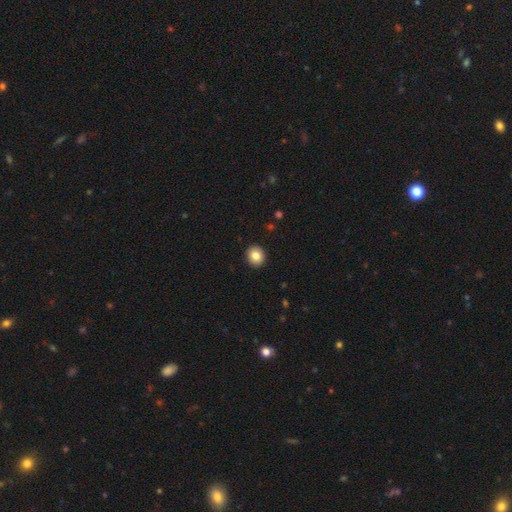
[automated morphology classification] Q: Smooth or featured?
A: smooth (84%); runner-up: star or artifact (9%)
Q: How rounded?
A: round (77%); runner-up: in between (22%)
Q: Merging?
A: none (92%); runner-up: minor disturbance (5%)